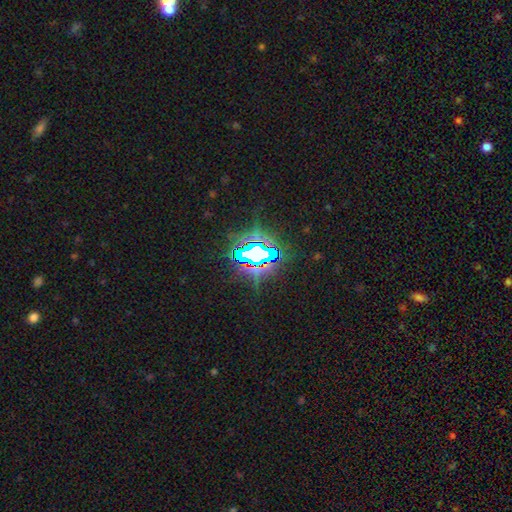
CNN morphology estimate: A star or artifact, not a galaxy (76%).

Vote fractions:
- Smooth or featured? star or artifact: 76% / smooth: 12% / featured or disk: 12%